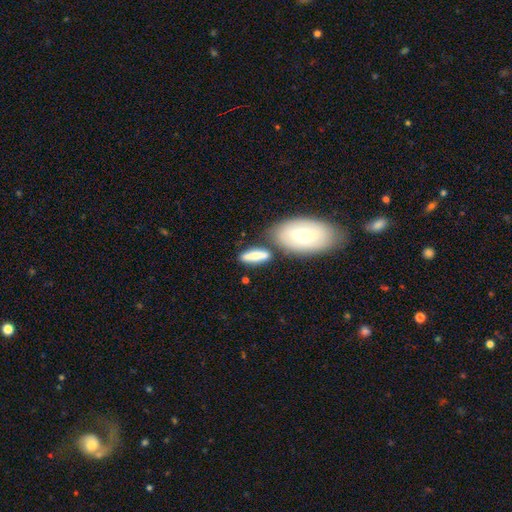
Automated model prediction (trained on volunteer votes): Smooth or featured? smooth (72%)
How rounded? in between (55%)
Merging? none (59%)